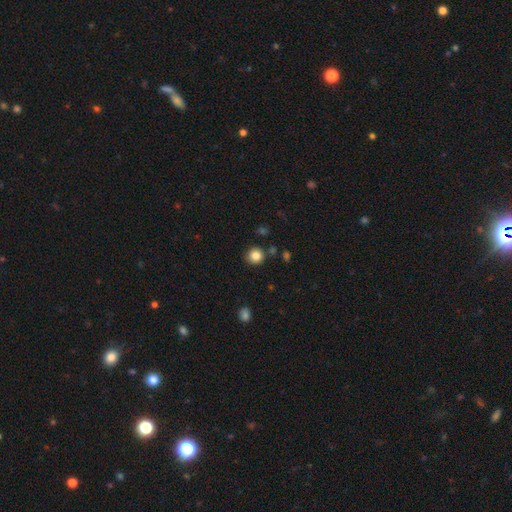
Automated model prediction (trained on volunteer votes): A smooth galaxy with no disk features (84%) that is round (91%).

Vote fractions:
- Smooth or featured? smooth: 84% / star or artifact: 11% / featured or disk: 5%
- How rounded? round: 91% / in between: 8% / cigar-shaped: 1%
- Merging? none: 87% / minor disturbance: 8% / merger: 3% / major disturbance: 2%